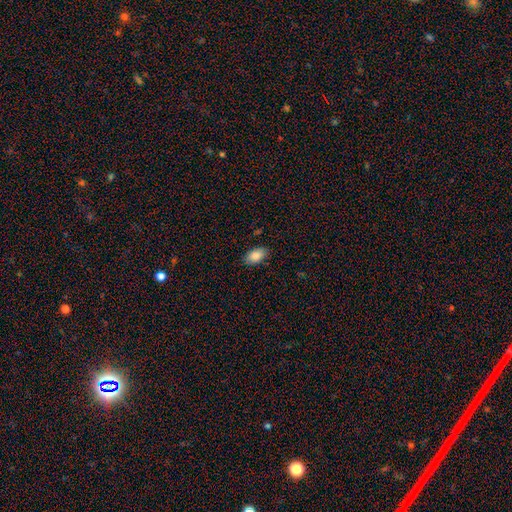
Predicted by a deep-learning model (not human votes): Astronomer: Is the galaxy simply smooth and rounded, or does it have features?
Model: smooth — 87%.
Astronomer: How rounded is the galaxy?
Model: in between — 94%.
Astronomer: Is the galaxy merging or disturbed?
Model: none — 86%.